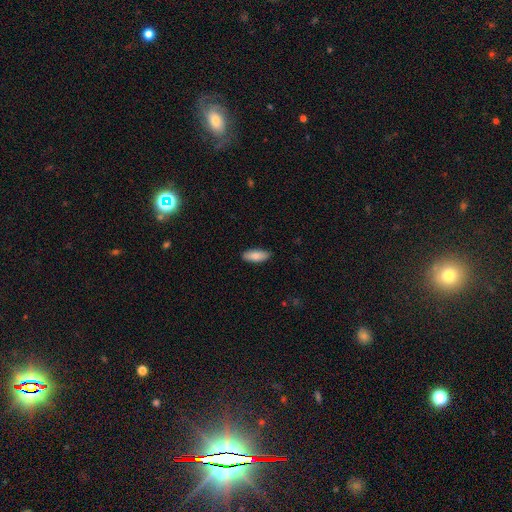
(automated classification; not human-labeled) This appears to be a smooth galaxy with no disk features (85%) that is in between round and cigar-shaped (77%). Merging: none (87%).